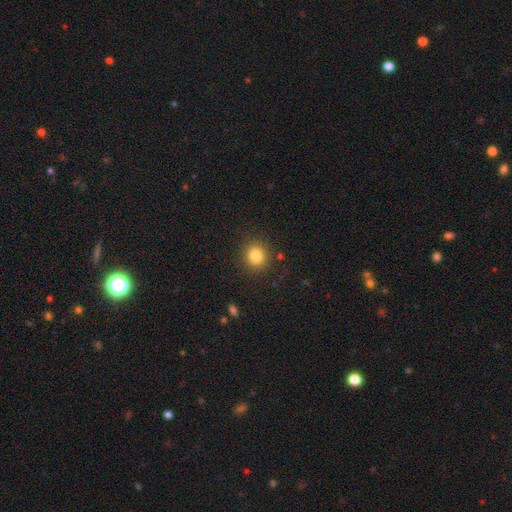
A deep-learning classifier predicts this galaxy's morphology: Overall: smooth (82%). How rounded: round (85%). Merging: none (88%).